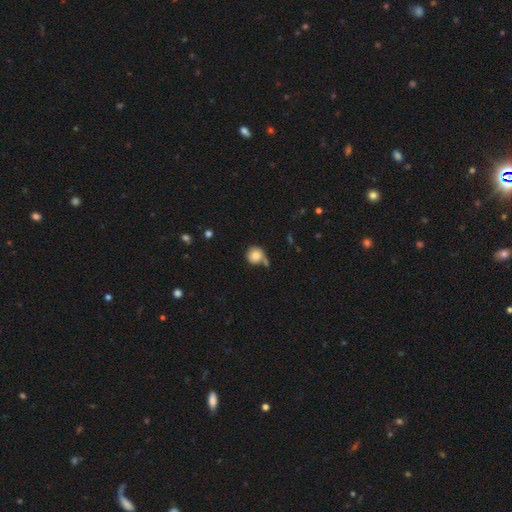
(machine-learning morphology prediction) Smooth or featured? Predicted: smooth (p=0.81). How rounded? Predicted: round (p=0.91). Merging? Predicted: none (p=0.61).